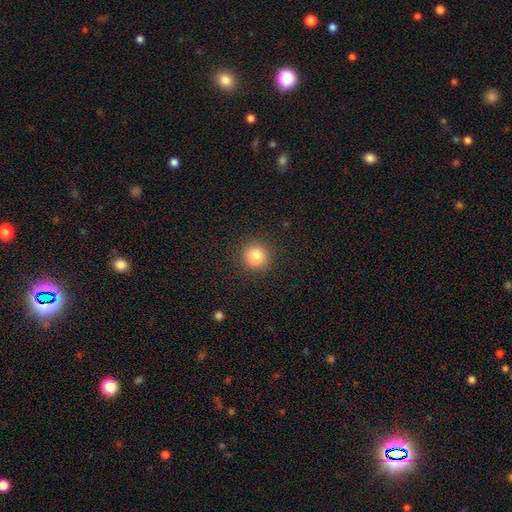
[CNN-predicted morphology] smooth-or-featured: smooth: 81% | star or artifact: 12% | featured or disk: 7%
  how-rounded: round: 78% | in between: 21% | cigar-shaped: 1%
  merging: none: 84% | minor disturbance: 10% | major disturbance: 3% | merger: 3%